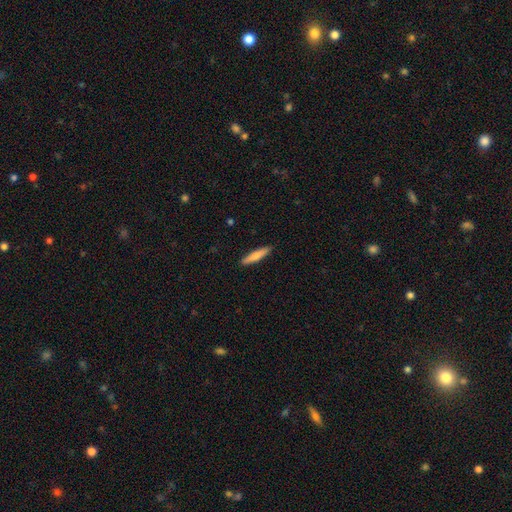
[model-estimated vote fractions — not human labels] This is likely a smooth galaxy (66%). How rounded: clearly cigar-shaped (86%). Merging: clearly none (90%).